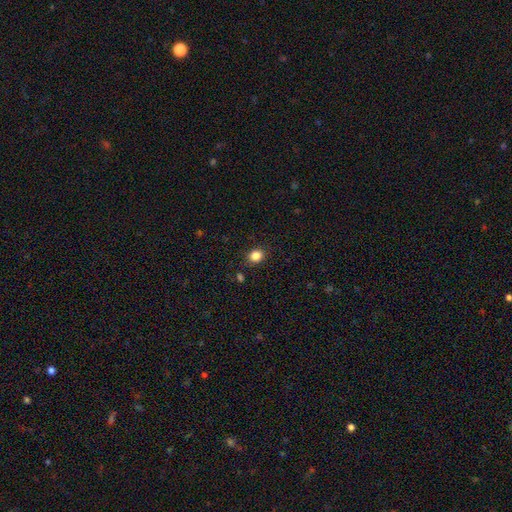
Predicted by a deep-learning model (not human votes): A smooth galaxy with no disk features (85%) that is round (60%). Merging: none (87%).